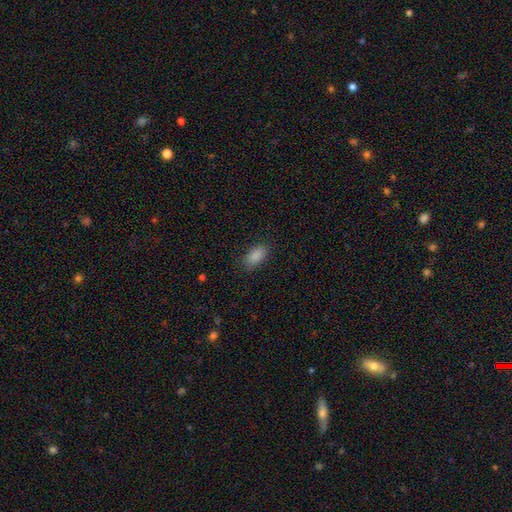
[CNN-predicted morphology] The model was most divided on "merging": none: 86%, minor disturbance: 10%, major disturbance: 3%, merger: 1%. More confident: how rounded — in between (91%); smooth or featured — smooth (88%).